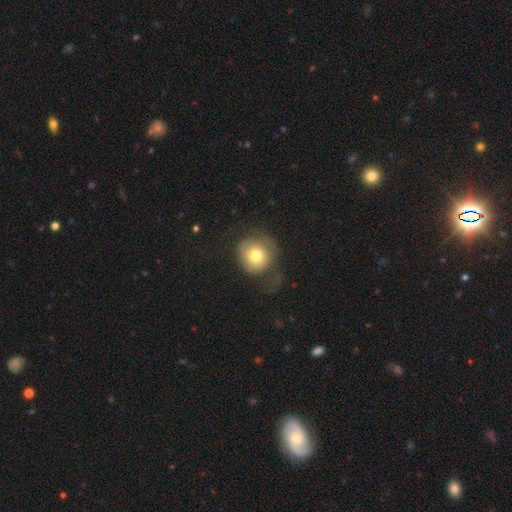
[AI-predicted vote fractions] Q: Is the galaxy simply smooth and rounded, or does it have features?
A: smooth — 71%.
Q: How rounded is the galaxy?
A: round — 85%.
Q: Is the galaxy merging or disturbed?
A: none — 42%.